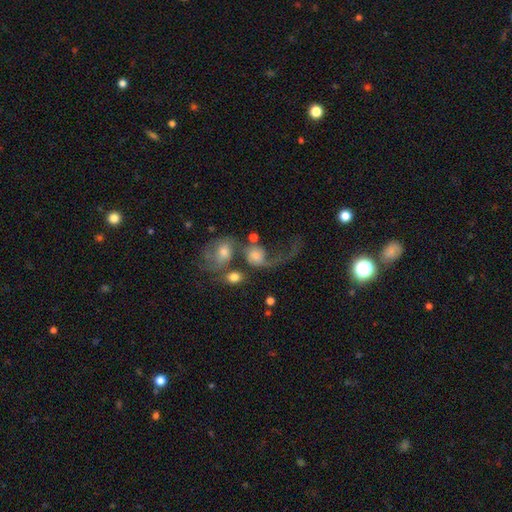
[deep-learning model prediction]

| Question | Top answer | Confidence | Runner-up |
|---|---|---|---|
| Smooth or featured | featured or disk | 48% | smooth (42%) |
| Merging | merger | 36% | major disturbance (33%) |